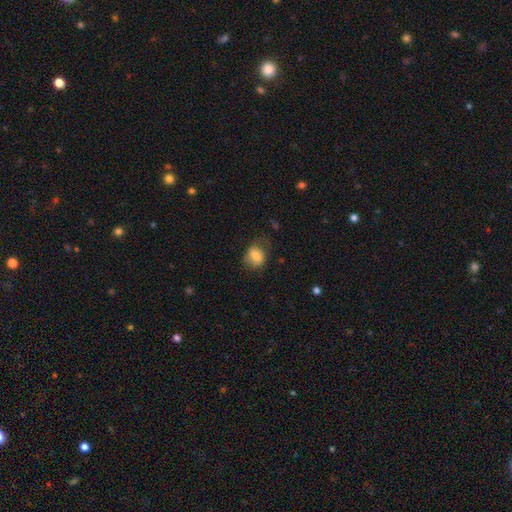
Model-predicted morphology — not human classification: type=smooth (78%); roundness=in between (52%); merging=none (60%).